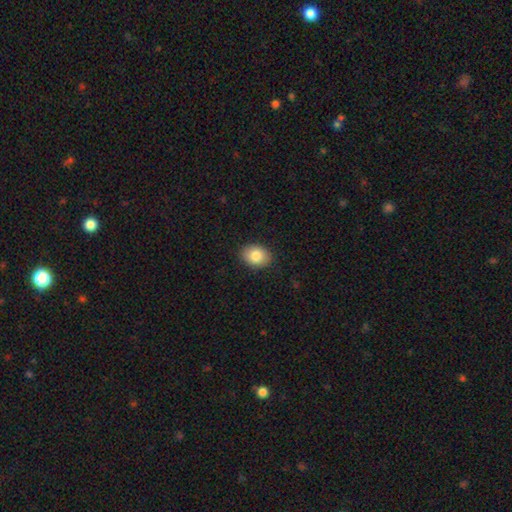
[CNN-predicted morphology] Overall: smooth (84%). How rounded: in between (65%; round 34%). Merging: none (89%).